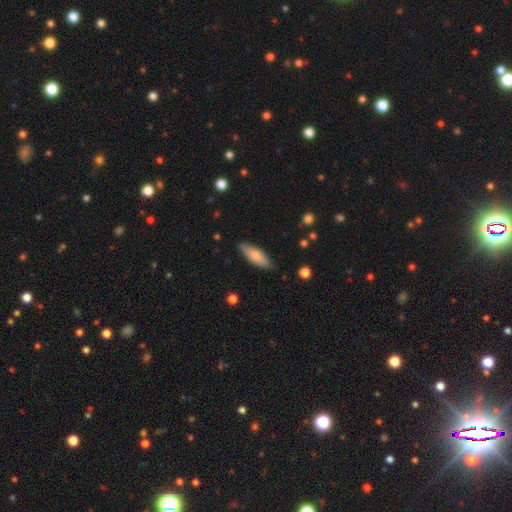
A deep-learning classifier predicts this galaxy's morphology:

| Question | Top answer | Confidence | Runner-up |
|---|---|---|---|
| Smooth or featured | smooth | 78% | featured or disk (17%) |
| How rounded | in between | 63% | cigar-shaped (36%) |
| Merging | none | 84% | minor disturbance (13%) |